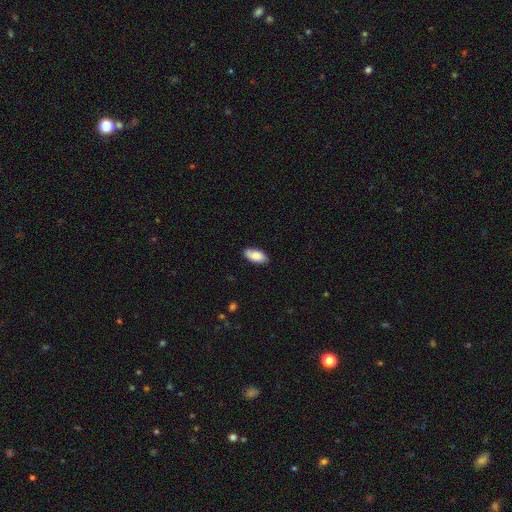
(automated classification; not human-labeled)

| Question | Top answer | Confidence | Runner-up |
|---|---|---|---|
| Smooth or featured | smooth | 84% | featured or disk (10%) |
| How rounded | in between | 92% | cigar-shaped (6%) |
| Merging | none | 85% | minor disturbance (12%) |